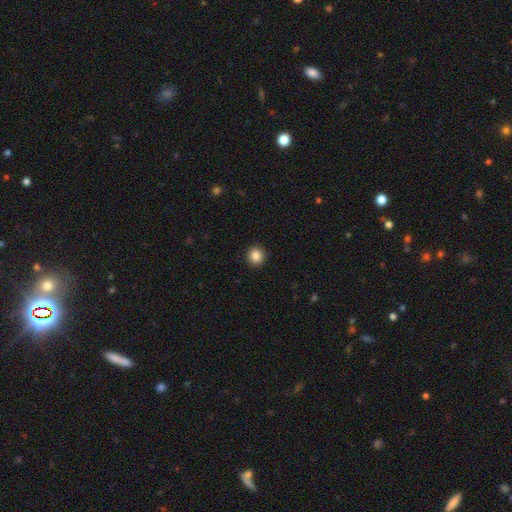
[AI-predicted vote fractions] This appears to be a smooth galaxy with no disk features (86%) that is round (92%). Merging: none (93%).